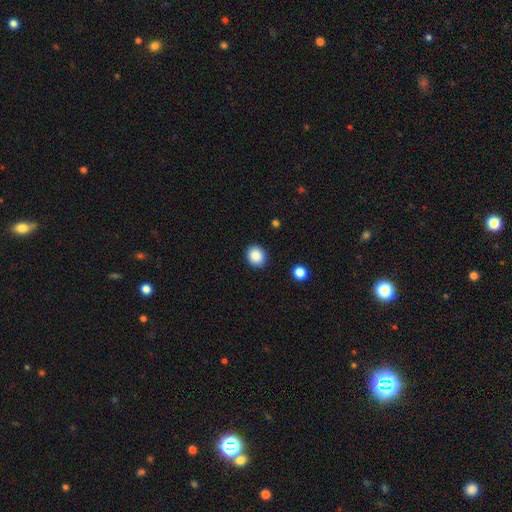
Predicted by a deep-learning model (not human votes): This is clearly a smooth galaxy (88%). How rounded: likely round (70%). Merging: clearly none (89%).